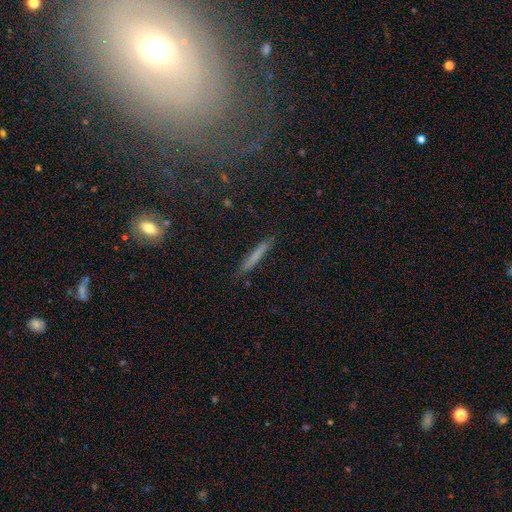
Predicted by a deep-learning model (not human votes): Q: Smooth or featured?
A: smooth (68%); runner-up: featured or disk (23%)
Q: How rounded?
A: cigar-shaped (96%); runner-up: in between (3%)
Q: Merging?
A: none (88%); runner-up: minor disturbance (9%)